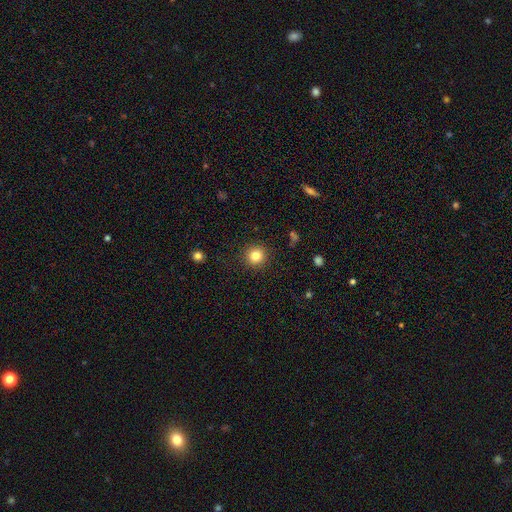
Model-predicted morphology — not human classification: Q: Smooth or featured?
A: smooth (82%); runner-up: star or artifact (12%)
Q: How rounded?
A: round (94%); runner-up: in between (5%)
Q: Merging?
A: none (91%); runner-up: minor disturbance (6%)